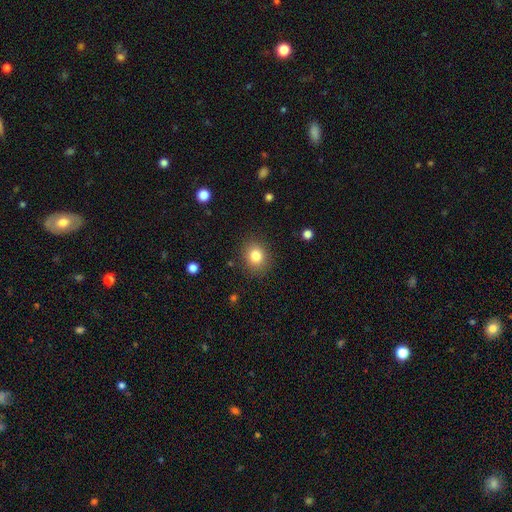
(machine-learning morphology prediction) Overall: smooth (82%). How rounded: round (69%; in between 30%). Merging: none (87%).